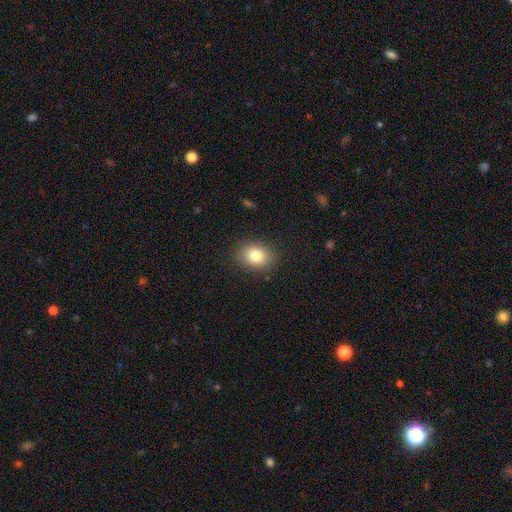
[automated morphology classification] This appears to be a smooth galaxy with no disk features (82%) that is in between round and cigar-shaped (62%). Merging: none (87%).